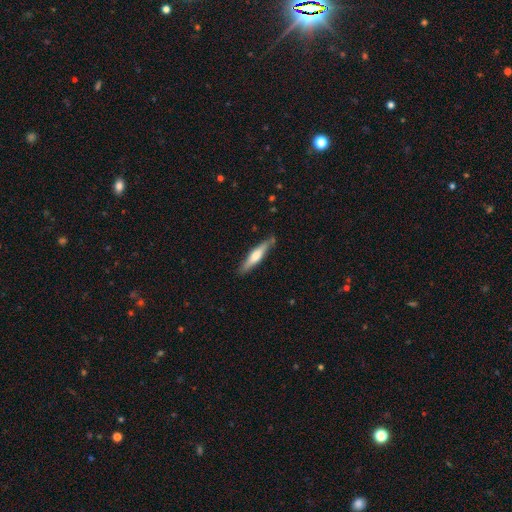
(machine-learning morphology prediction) This appears to be a featured or disk galaxy (50%) viewed edge-on (94%). Merging: none (83%).